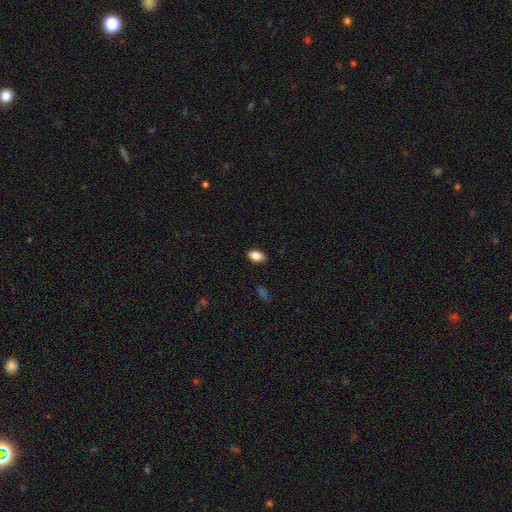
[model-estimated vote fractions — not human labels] Smooth or featured?
  - smooth: 85% *
  - star or artifact: 8%
  - featured or disk: 6%
How rounded?
  - in between: 90% *
  - round: 7%
  - cigar-shaped: 3%
Merging?
  - none: 86% *
  - minor disturbance: 10%
  - major disturbance: 2%
  - merger: 1%